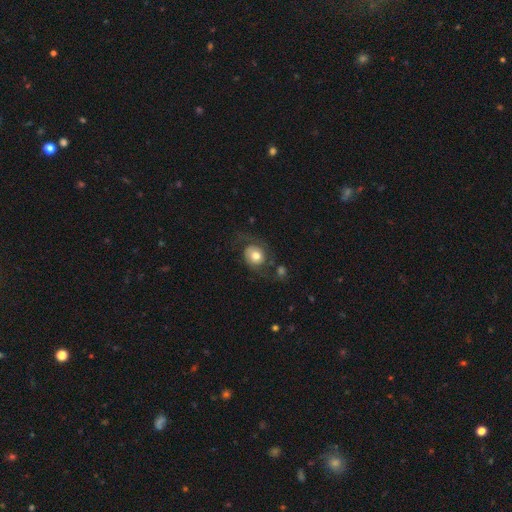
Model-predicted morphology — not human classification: Smooth or featured: featured or disk — 49% (smooth — 44%)
Merging: none — 50% (major disturbance — 24%)